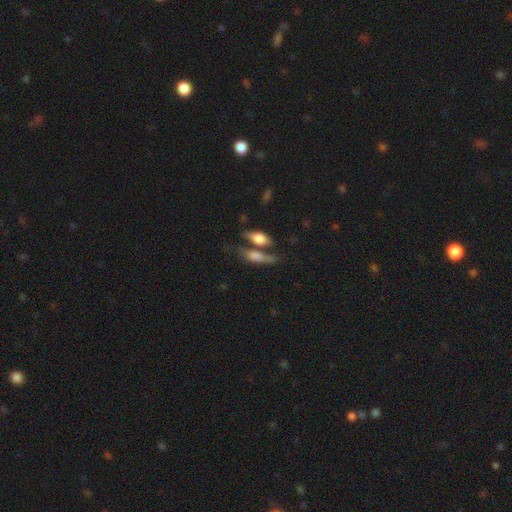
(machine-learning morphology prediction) Smooth or featured? Predicted: smooth (p=0.63). How rounded? Predicted: in between (p=0.52). Merging? Predicted: none (p=0.40).